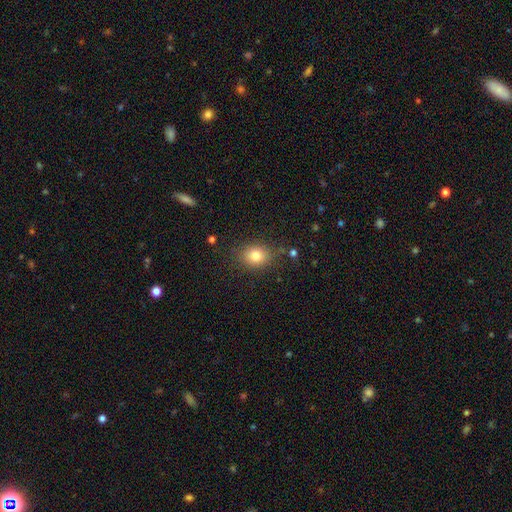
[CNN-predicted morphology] smooth_or_featured: smooth (p=0.80) [alt: star or artifact p=0.11]
how_rounded: round (p=0.53) [alt: in between p=0.46]
merging: none (p=0.83) [alt: minor disturbance p=0.12]